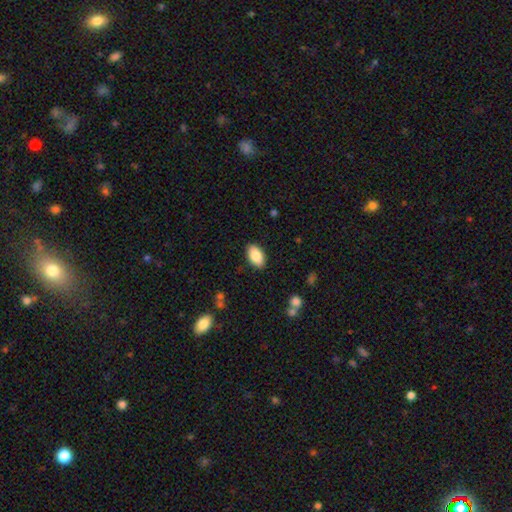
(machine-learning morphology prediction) A smooth galaxy with no disk features (87%) that is in between round and cigar-shaped (94%). Merging: none (87%).